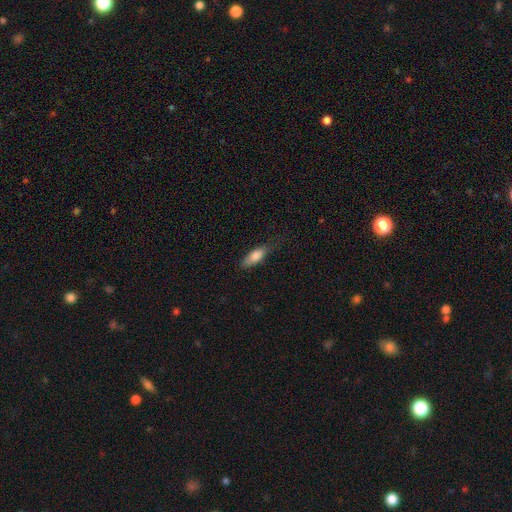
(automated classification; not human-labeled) Smooth or featured?
  - smooth: 79% *
  - featured or disk: 14%
  - star or artifact: 6%
How rounded?
  - in between: 64% *
  - cigar-shaped: 34%
  - round: 2%
Merging?
  - none: 64% *
  - minor disturbance: 26%
  - major disturbance: 8%
  - merger: 1%